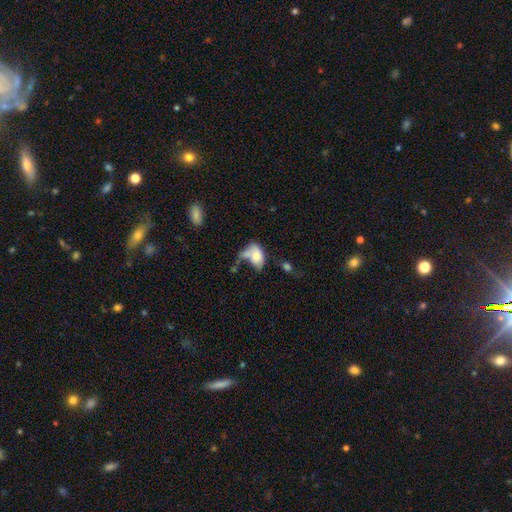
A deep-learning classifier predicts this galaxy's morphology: The model was most divided on "merging": merger: 31%, major disturbance: 29%, none: 21%, minor disturbance: 20%. More confident: how rounded — in between (88%); smooth or featured — smooth (69%).